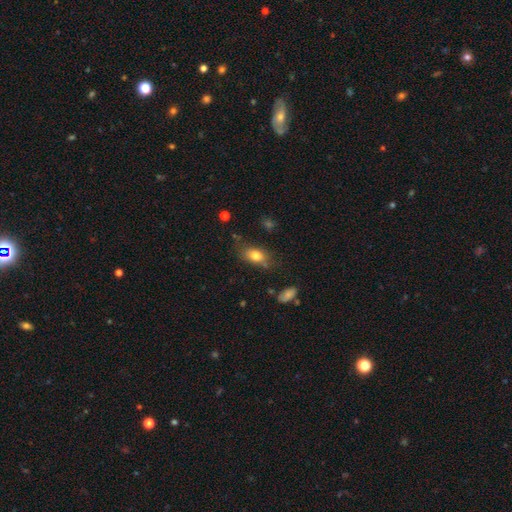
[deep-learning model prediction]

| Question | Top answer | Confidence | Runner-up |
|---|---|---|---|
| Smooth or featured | smooth | 79% | featured or disk (12%) |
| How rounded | in between | 84% | round (11%) |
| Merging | none | 70% | minor disturbance (20%) |